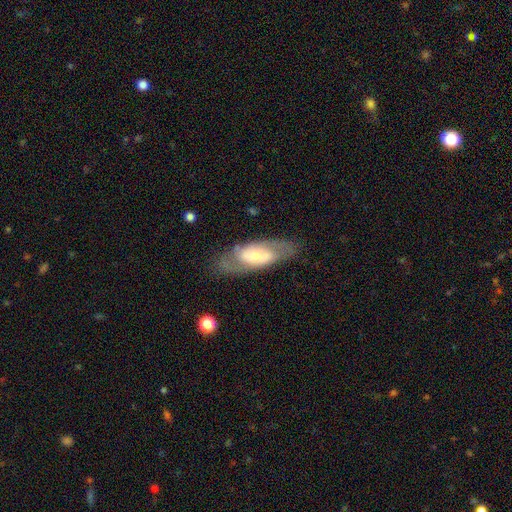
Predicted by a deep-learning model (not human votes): Smooth or featured? featured or disk (60%)
Edge-on disk? no (85%)
Bar? no (45%)
Spiral arms? yes (69%)
Bulge size? moderate (46%)
Merging? none (74%)